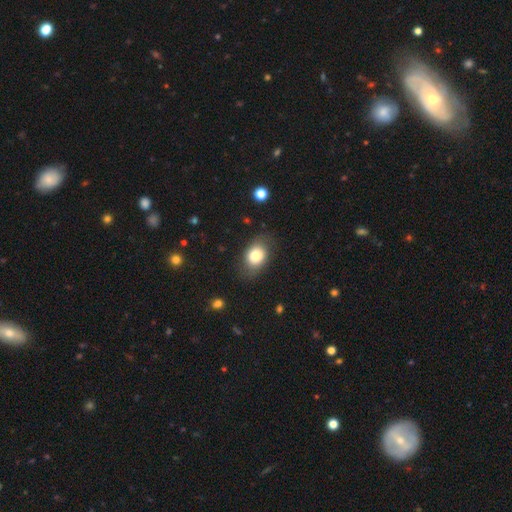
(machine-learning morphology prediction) This appears to be a smooth galaxy with no disk features (79%) that is in between round and cigar-shaped (70%). Merging: none (76%).